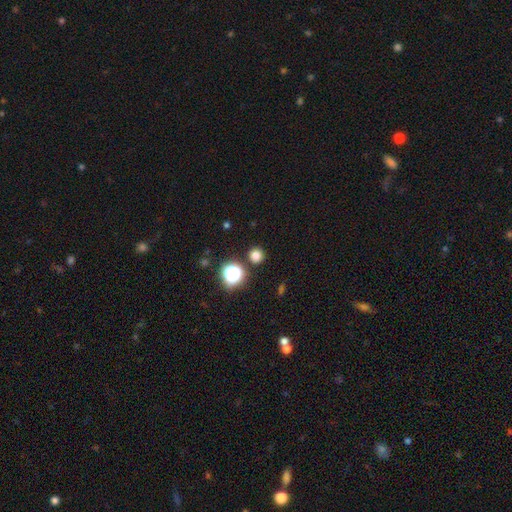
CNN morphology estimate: smooth 77%, star or artifact 19%, featured or disk 4%. Down the decision tree: how rounded — round (95%); merging — none (89%).